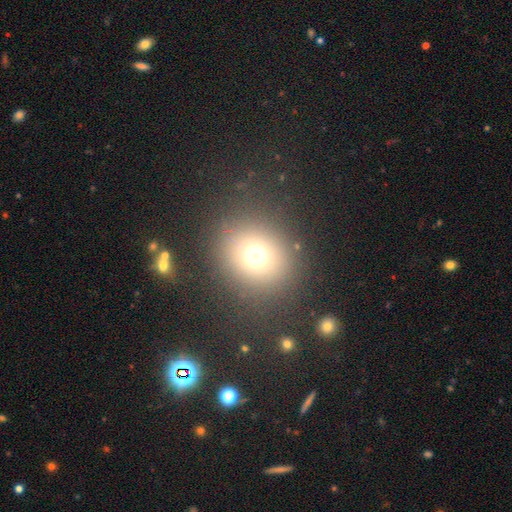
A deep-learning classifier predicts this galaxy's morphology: A smooth galaxy with no disk features (69%) that is round (84%). Merging: none (84%).